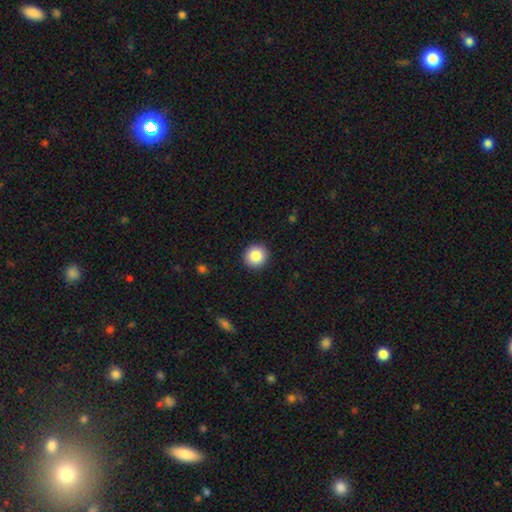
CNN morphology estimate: type=smooth (86%); roundness=round (92%); merging=none (92%).